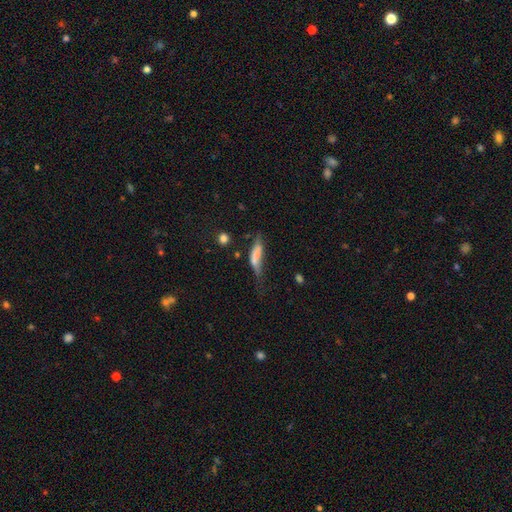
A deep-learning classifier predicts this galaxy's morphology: Smooth or featured? Predicted: smooth (p=0.62). How rounded? Predicted: cigar-shaped (p=0.51). Merging? Predicted: major disturbance (p=0.34).